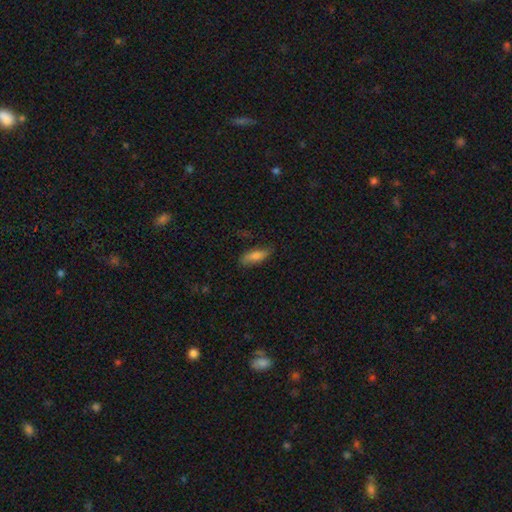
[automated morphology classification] type=smooth (77%); roundness=in between (66%); merging=none (73%).